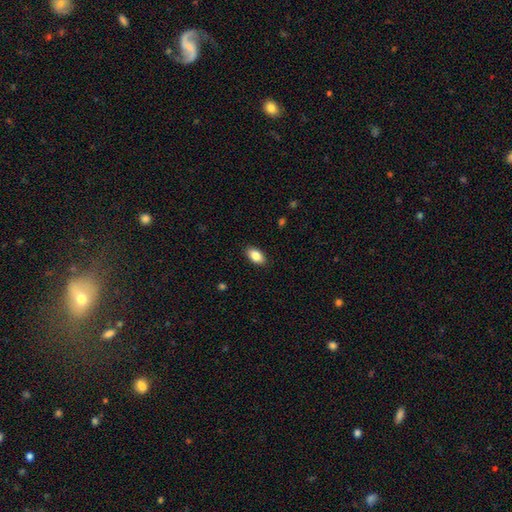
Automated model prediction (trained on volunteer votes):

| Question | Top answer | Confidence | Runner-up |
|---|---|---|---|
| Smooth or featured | smooth | 86% | star or artifact (7%) |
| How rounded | in between | 93% | round (4%) |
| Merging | none | 89% | minor disturbance (8%) |